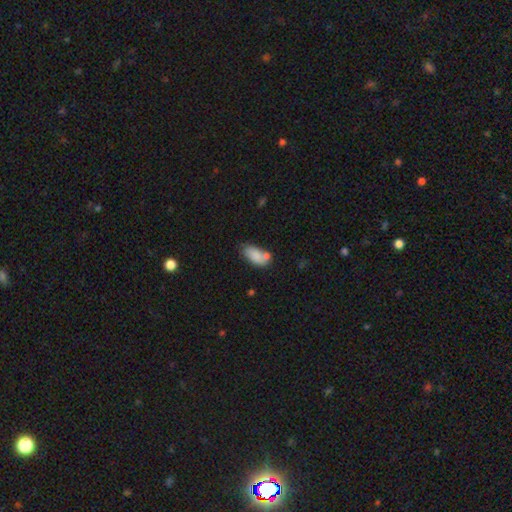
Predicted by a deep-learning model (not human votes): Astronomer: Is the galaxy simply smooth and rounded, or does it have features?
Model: smooth — 81%.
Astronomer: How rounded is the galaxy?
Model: in between — 91%.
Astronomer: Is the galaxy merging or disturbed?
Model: none — 46% (runner-up: minor disturbance, 23%).